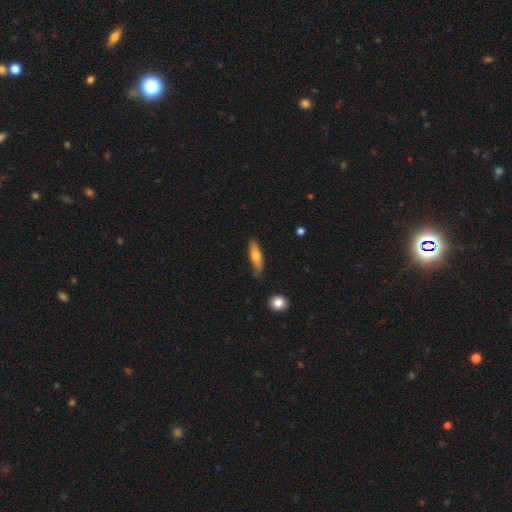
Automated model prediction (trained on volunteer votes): Morphology: type=smooth (67%); roundness=cigar-shaped (66%); merging=none (75%).